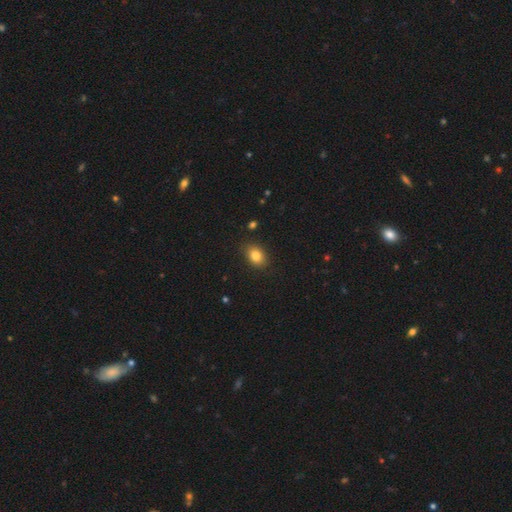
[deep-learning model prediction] Smooth or featured? smooth (83%)
How rounded? in between (71%)
Merging? none (87%)